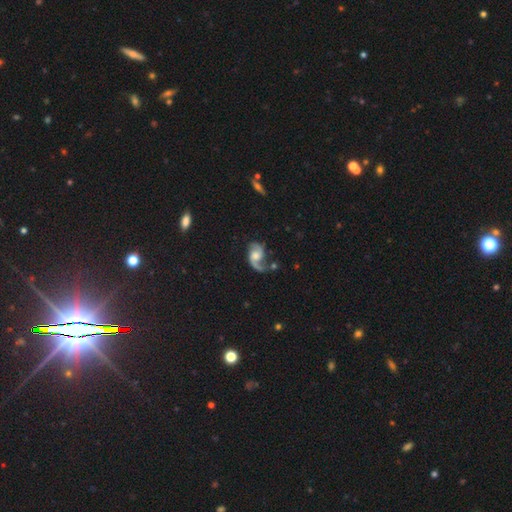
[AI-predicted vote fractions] smooth-or-featured: featured or disk: 86% | smooth: 9% | star or artifact: 6%
  disk-edge-on: no: 98% | yes: 2%
    bar: no: 62% | weak: 32% | strong: 7%
    has-spiral-arms: yes: 96% | no: 4%
      spiral-winding: loose: 51% | medium: 40% | tight: 9%
      spiral-arm-count: 2: 83% | 1: 12% | can't tell: 2% | 3: 1% | 4: 1% | more than 4: 1%
    bulge-size: moderate: 47% | large: 25% | small: 17% | none: 9% | dominant: 2%
  merging: none: 52% | minor disturbance: 22% | major disturbance: 17% | merger: 9%